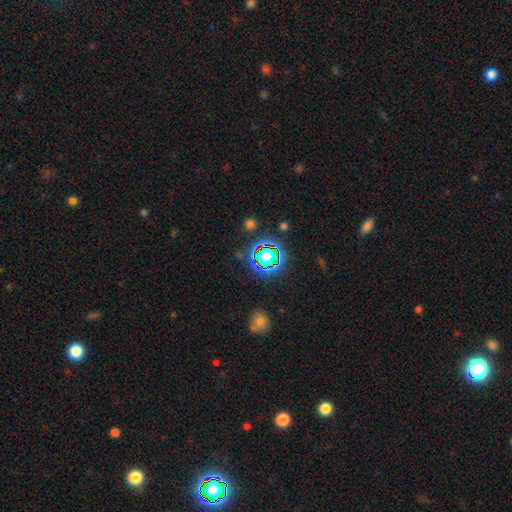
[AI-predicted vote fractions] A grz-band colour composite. It shows a star or artifact, not a galaxy (76%).